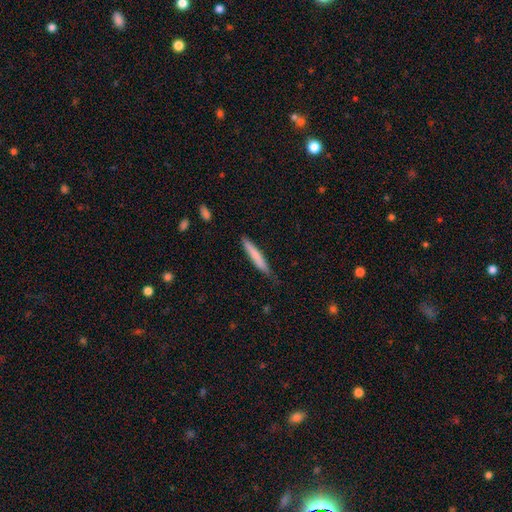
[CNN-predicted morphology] This is likely a smooth galaxy (74%). How rounded: clearly cigar-shaped (94%). Merging: likely none (79%).